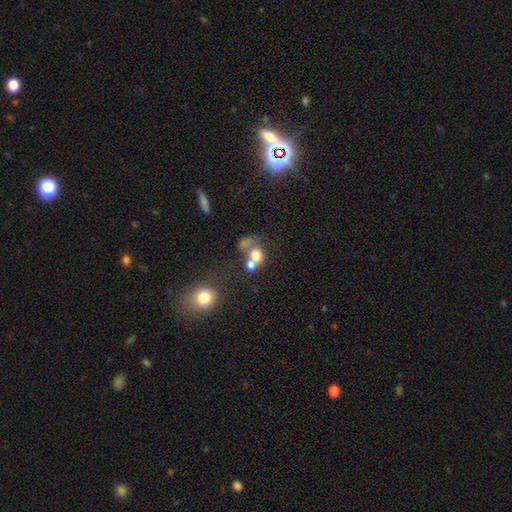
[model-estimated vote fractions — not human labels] Smooth or featured? smooth (68%)
How rounded? round (66%)
Merging? merger (54%)